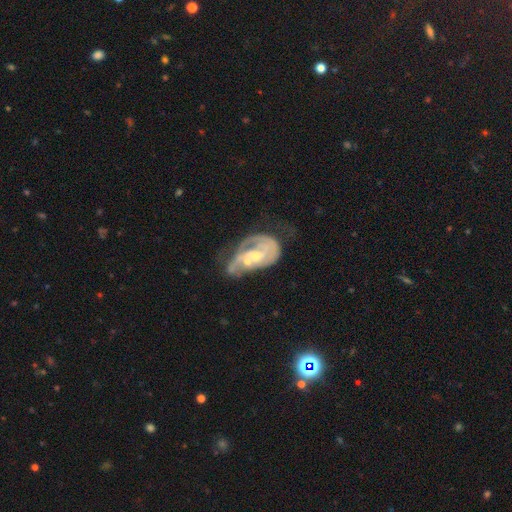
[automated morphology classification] Overall: featured or disk (77%). Edge-on disk: no (97%). Bar: no (58%; weak 33%). Spiral arms: yes (78%). Spiral arm count: 2 (39%; can't tell 27%). Spiral winding: tight (44%; medium 37%). Bulge size: small (47%; moderate 44%). Merging: major disturbance (30%; merger 27%).